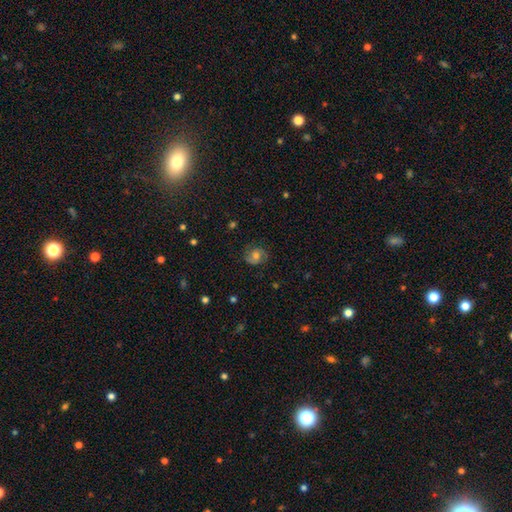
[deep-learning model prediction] This appears to be a featured or disk galaxy (52%) with no bar (71%), spiral arms (87%) and a moderate central bulge (63%). Merging: none (77%).